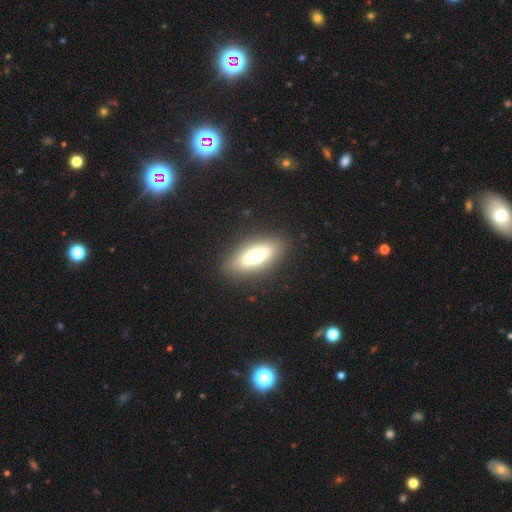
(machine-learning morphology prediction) This is possibly a smooth galaxy (55%). How rounded: likely in between (60%). Merging: clearly none (87%).